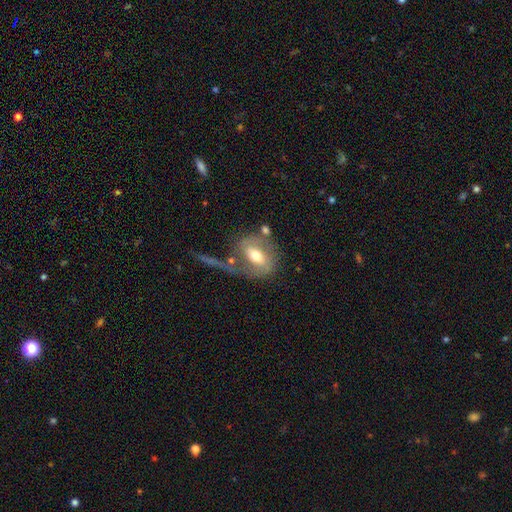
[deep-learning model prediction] smooth_or_featured: featured or disk (p=0.52) [alt: smooth p=0.40]
disk_edge_on: no (p=0.89) [alt: yes p=0.11]
merging: none (p=0.48) [alt: major disturbance p=0.20]